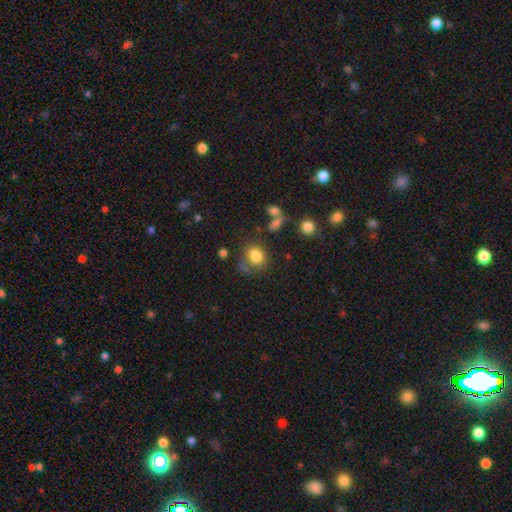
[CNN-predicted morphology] smooth_or_featured: smooth (p=0.82) [alt: star or artifact p=0.10]
how_rounded: round (p=0.64) [alt: in between p=0.35]
merging: none (p=0.60) [alt: minor disturbance p=0.21]